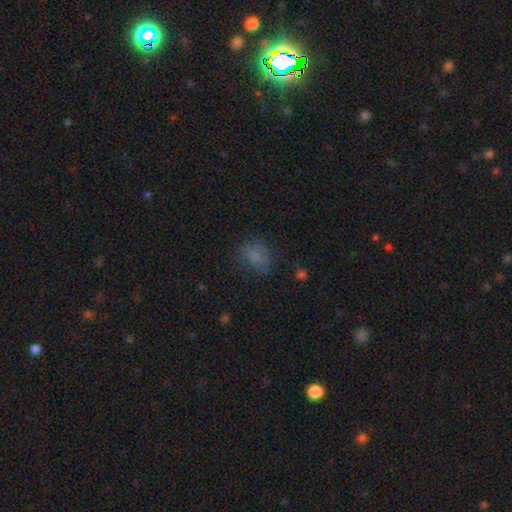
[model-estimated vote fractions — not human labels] Smooth or featured? Predicted: smooth (p=0.72). How rounded? Predicted: in between (p=0.63). Merging? Predicted: none (p=0.63).